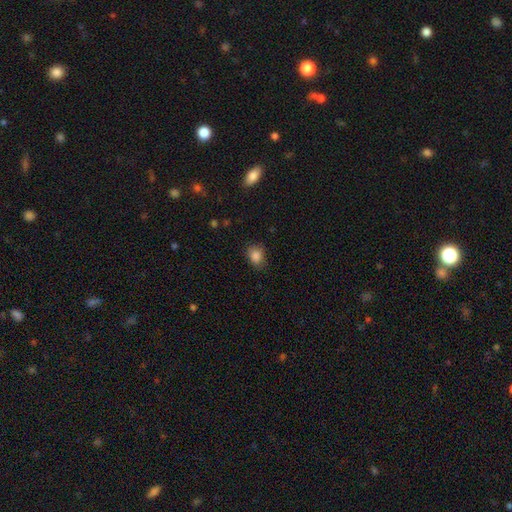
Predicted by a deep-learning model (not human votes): Smooth or featured? smooth (85%)
How rounded? in between (52%)
Merging? none (79%)